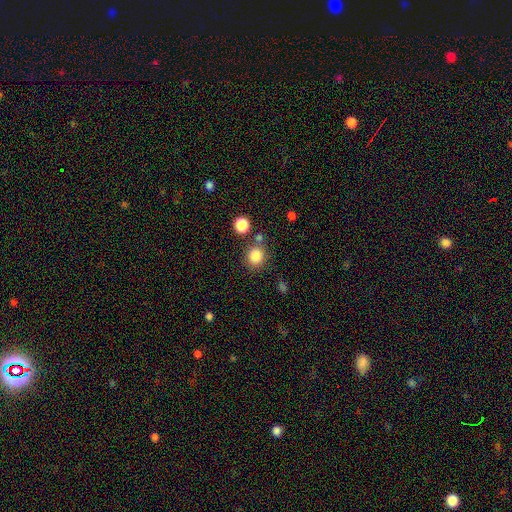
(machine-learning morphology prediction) smooth 84%, star or artifact 11%, featured or disk 5%. Down the decision tree: how rounded — round (83%); merging — none (75%).